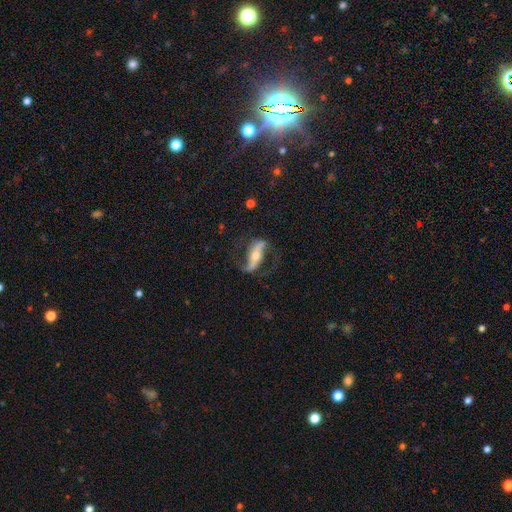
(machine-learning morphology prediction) Smooth or featured: featured or disk — 79% (smooth — 15%)
Edge-on disk: no — 80% (yes — 20%)
Bar: strong — 57% (no — 24%)
Spiral arms: yes — 90% (no — 10%)
Spiral winding: loose — 65% (medium — 25%)
Spiral arm count: 2 — 90% (1 — 4%)
Bulge size: moderate — 52% (small — 40%)
Merging: none — 71% (minor disturbance — 16%)